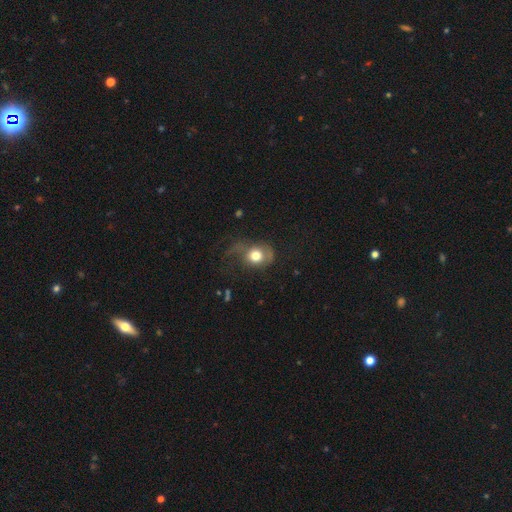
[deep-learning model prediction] This is likely a smooth galaxy (67%). How rounded: likely round (63%). Merging: marginally major disturbance (42%).